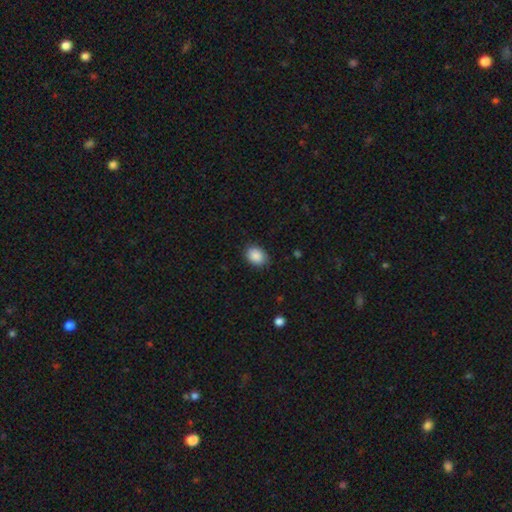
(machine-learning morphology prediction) Smooth or featured? Predicted: smooth (p=0.89). How rounded? Predicted: in between (p=0.71). Merging? Predicted: none (p=0.84).